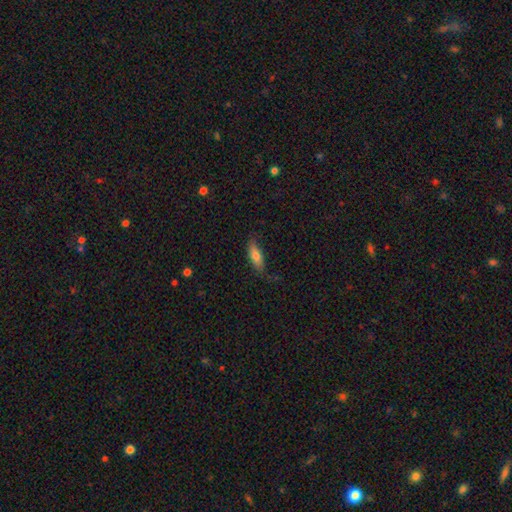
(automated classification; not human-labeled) Smooth or featured?
  - smooth: 74% *
  - featured or disk: 19%
  - star or artifact: 7%
How rounded?
  - in between: 53% *
  - cigar-shaped: 45%
  - round: 2%
Merging?
  - none: 75% *
  - minor disturbance: 20%
  - major disturbance: 4%
  - merger: 2%